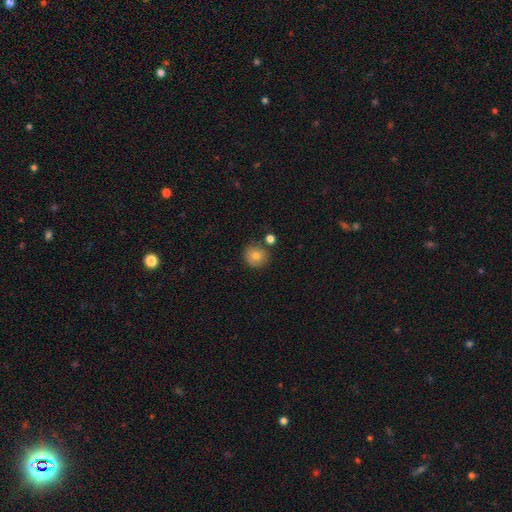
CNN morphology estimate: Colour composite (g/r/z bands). It shows a smooth galaxy with no disk features (80%) that is round (93%). Merging: none (78%).